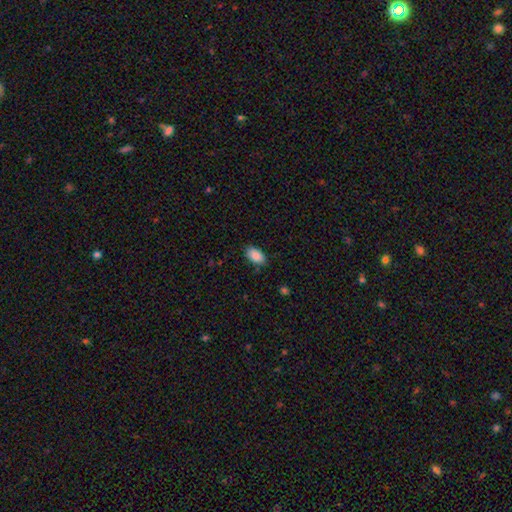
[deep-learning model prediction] smooth_or_featured: smooth (p=0.88) [alt: star or artifact p=0.07]
how_rounded: in between (p=0.93) [alt: round p=0.05]
merging: none (p=0.83) [alt: minor disturbance p=0.13]